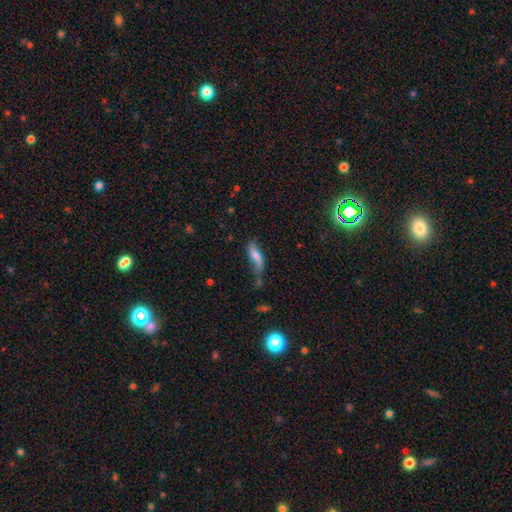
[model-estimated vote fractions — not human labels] Morphology: type=smooth (64%); roundness=in between (56%); merging=none (39%).